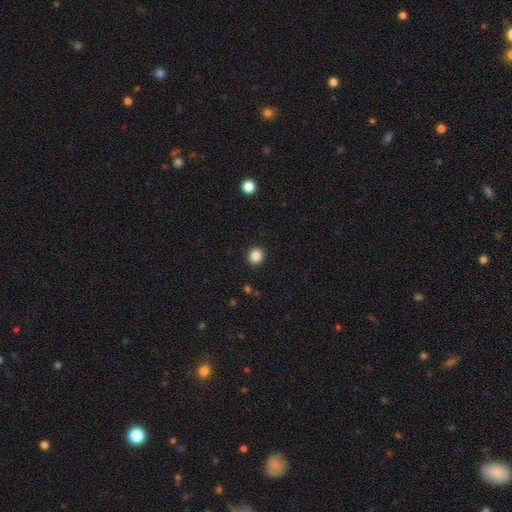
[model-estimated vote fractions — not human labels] This appears to be a smooth galaxy with no disk features (86%) that is round (91%). Merging: none (92%).